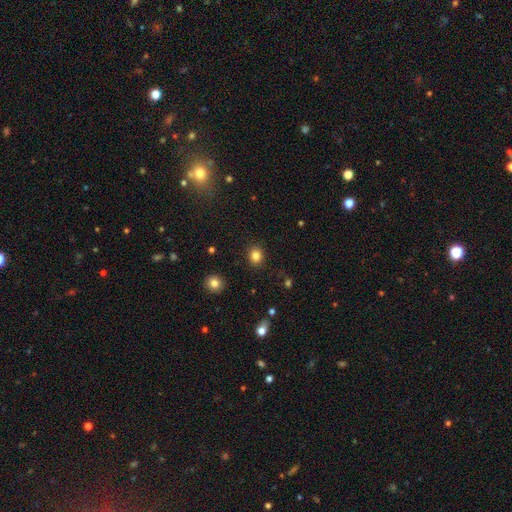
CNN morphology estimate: A smooth galaxy with no disk features (83%) that is round (74%).

Vote fractions:
- Smooth or featured? smooth: 83% / star or artifact: 12% / featured or disk: 5%
- How rounded? round: 74% / in between: 25% / cigar-shaped: 1%
- Merging? none: 90% / minor disturbance: 7% / major disturbance: 2% / merger: 1%